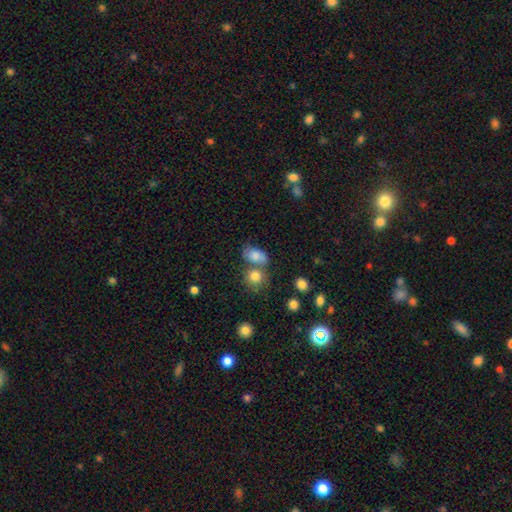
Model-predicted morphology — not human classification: Overall: smooth (77%). How rounded: in between (76%). Merging: none (41%; merger 35%).